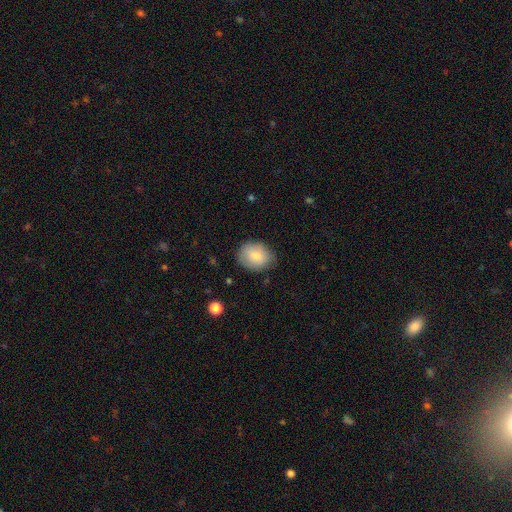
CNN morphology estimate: Smooth or featured? smooth (82%)
How rounded? in between (54%)
Merging? none (78%)